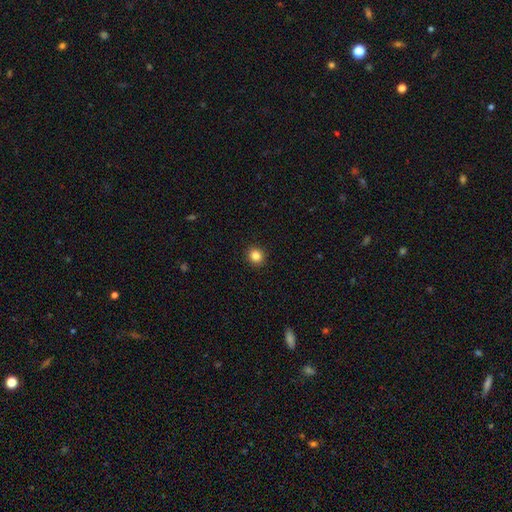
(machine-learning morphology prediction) The model was most divided on "how rounded": round: 85%, in between: 14%, cigar-shaped: 1%. More confident: merging — none (92%); smooth or featured — smooth (85%).